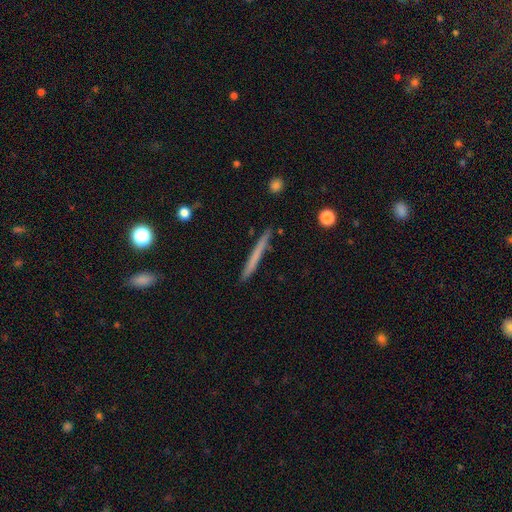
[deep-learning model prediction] smooth_or_featured: smooth (p=0.57) [alt: featured or disk p=0.37]
how_rounded: cigar-shaped (p=0.97) [alt: in between p=0.02]
merging: none (p=0.90) [alt: minor disturbance p=0.08]